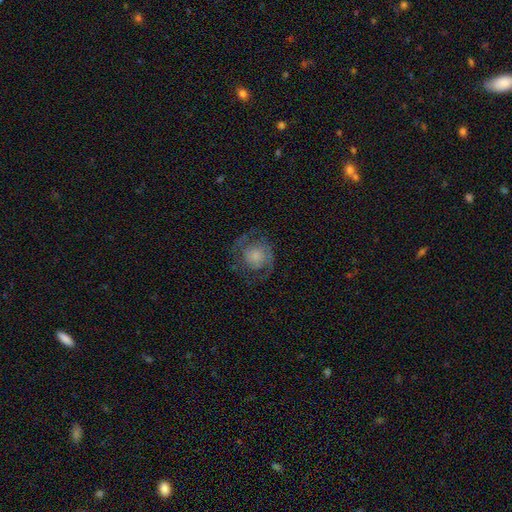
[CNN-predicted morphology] featured or disk 72%, smooth 21%, star or artifact 8%. Down the decision tree: edge-on disk — no (98%); bar — no (74%); spiral arms — yes (93%); spiral arm count — 2 (81%); spiral winding — medium (48%); bulge size — small (31%); merging — none (72%).